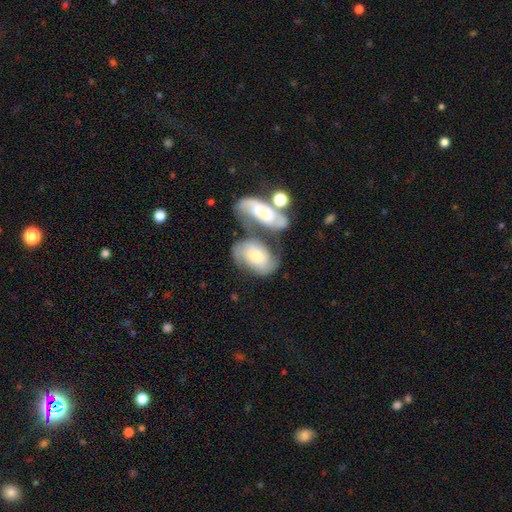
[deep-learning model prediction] Overall: featured or disk (52%; smooth 41%). Edge-on disk: no (94%). Merging: merger (42%; none 33%).